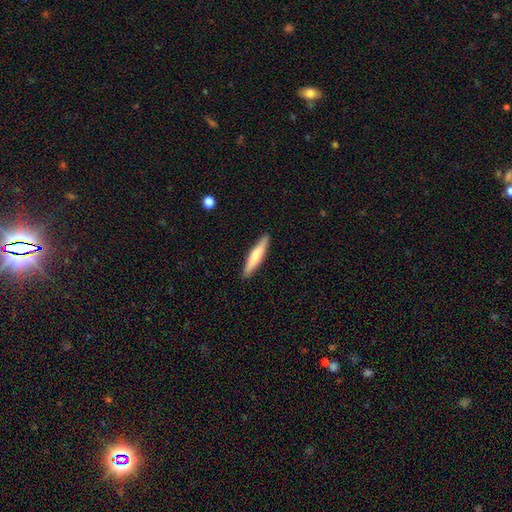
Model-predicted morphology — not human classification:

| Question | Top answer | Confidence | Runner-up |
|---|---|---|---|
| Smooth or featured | smooth | 65% | featured or disk (30%) |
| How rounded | cigar-shaped | 90% | in between (9%) |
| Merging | none | 90% | minor disturbance (7%) |